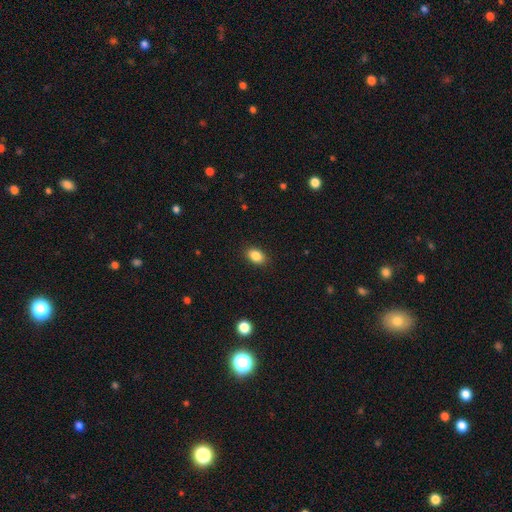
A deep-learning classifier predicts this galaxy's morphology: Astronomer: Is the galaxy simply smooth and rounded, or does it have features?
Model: smooth — 87%.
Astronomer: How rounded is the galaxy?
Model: in between — 84%.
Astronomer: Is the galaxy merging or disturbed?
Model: none — 89%.